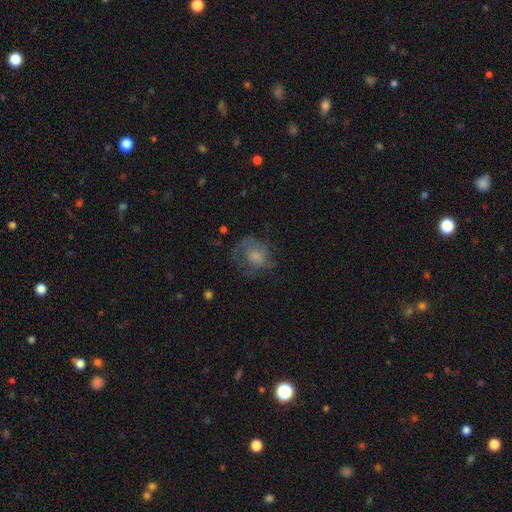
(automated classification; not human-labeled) Smooth or featured?
  - smooth: 55% *
  - featured or disk: 34%
  - star or artifact: 11%
How rounded?
  - round: 63% *
  - in between: 35%
  - cigar-shaped: 1%
Merging?
  - none: 49% *
  - major disturbance: 26%
  - minor disturbance: 23%
  - merger: 2%